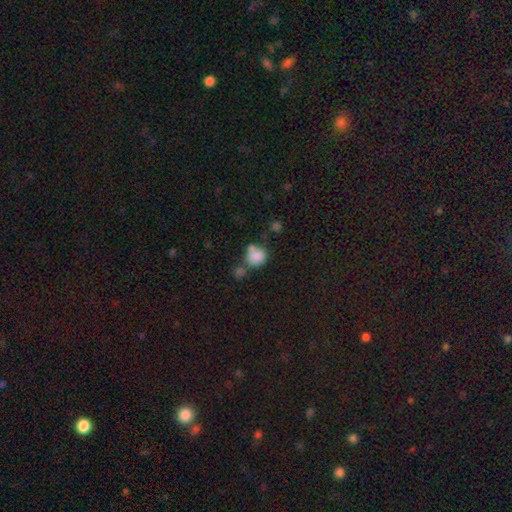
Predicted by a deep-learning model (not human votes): Q: Smooth or featured?
A: smooth (80%); runner-up: star or artifact (11%)
Q: How rounded?
A: round (68%); runner-up: in between (31%)
Q: Merging?
A: none (42%); runner-up: merger (34%)